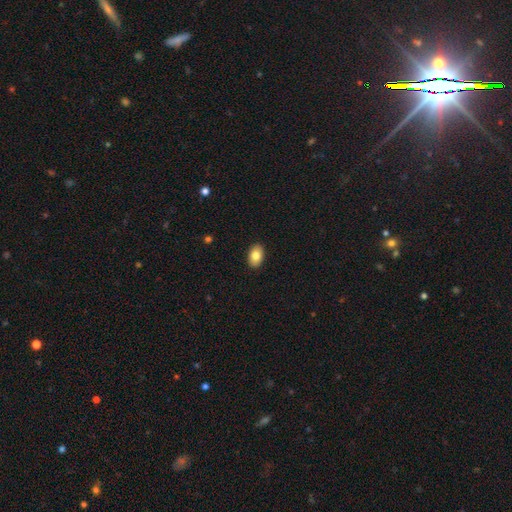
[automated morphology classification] smooth_or_featured: smooth (p=0.83) [alt: featured or disk p=0.10]
how_rounded: in between (p=0.89) [alt: round p=0.09]
merging: none (p=0.90) [alt: minor disturbance p=0.07]